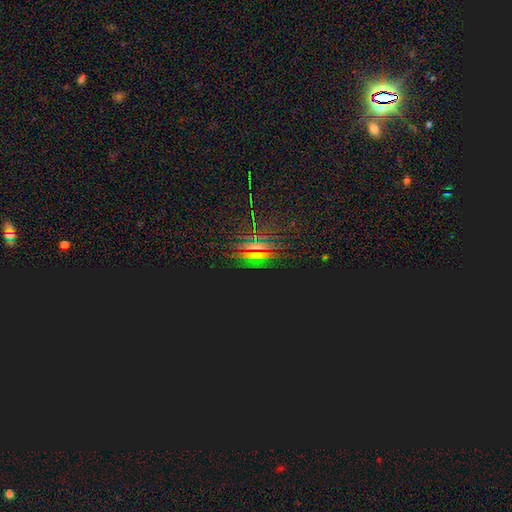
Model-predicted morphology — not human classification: Smooth or featured: star or artifact — 78% (smooth — 12%)